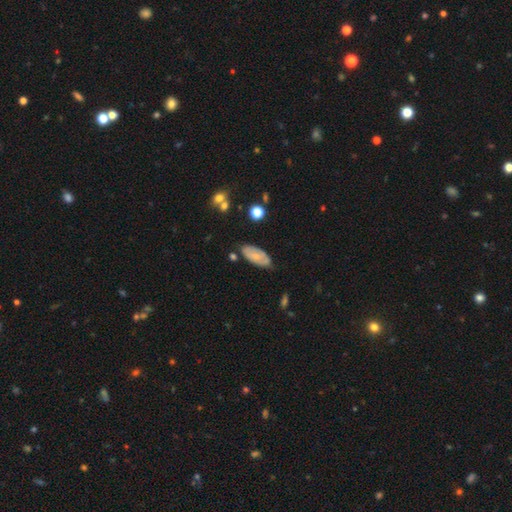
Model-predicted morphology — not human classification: A smooth galaxy with no disk features (57%) that is in between round and cigar-shaped (88%).

Vote fractions:
- Smooth or featured? smooth: 57% / featured or disk: 36% / star or artifact: 7%
- How rounded? in between: 88% / cigar-shaped: 9% / round: 3%
- Merging? none: 74% / minor disturbance: 19% / major disturbance: 4% / merger: 3%